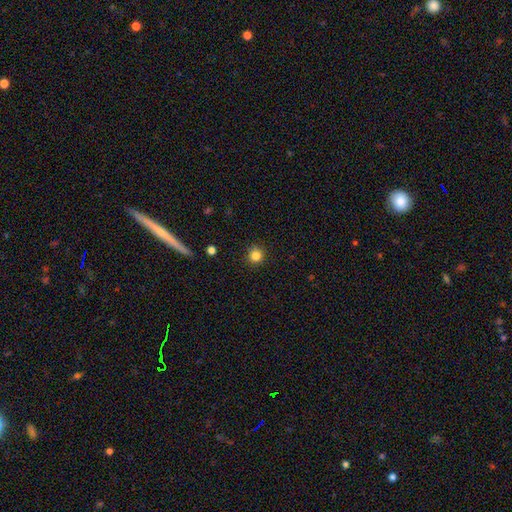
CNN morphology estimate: This is clearly a smooth galaxy (84%). How rounded: clearly round (94%). Merging: clearly none (91%).